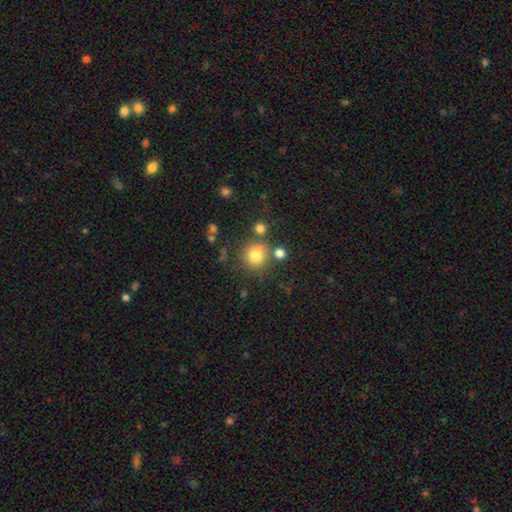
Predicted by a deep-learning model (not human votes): Smooth or featured?
  - smooth: 78% *
  - star or artifact: 13%
  - featured or disk: 8%
How rounded?
  - round: 90% *
  - in between: 9%
  - cigar-shaped: 1%
Merging?
  - none: 73% *
  - minor disturbance: 12%
  - merger: 11%
  - major disturbance: 5%